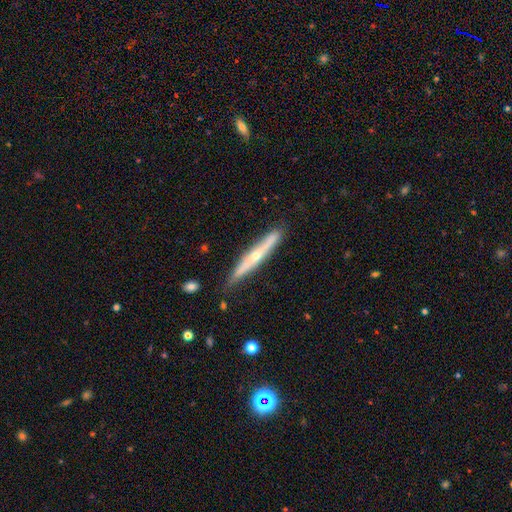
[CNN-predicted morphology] A featured or disk galaxy (66%) viewed edge-on (93%) with a rounded central bulge (79%).

Vote fractions:
- Smooth or featured? featured or disk: 66% / smooth: 28% / star or artifact: 6%
- Edge-on disk? yes: 93% / no: 7%
- Edge-on bulge? rounded: 79% / none: 18% / boxy: 2%
- Merging? none: 82% / minor disturbance: 14% / major disturbance: 2% / merger: 2%